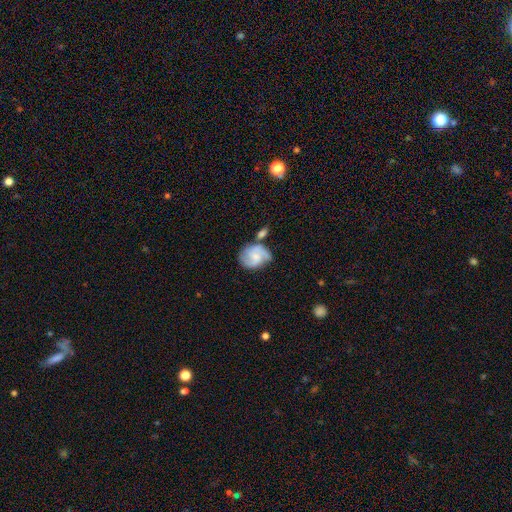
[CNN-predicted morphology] This is likely a featured or disk galaxy (69%). It is clearly not viewed edge-on (98%). Bar: possibly no (53%). Spiral arm pattern: clearly yes (94%). Spiral arm count: likely 2 (64%). Spiral winding: possibly medium (49%). Central bulge: marginally small (43%). Merging: possibly none (52%).